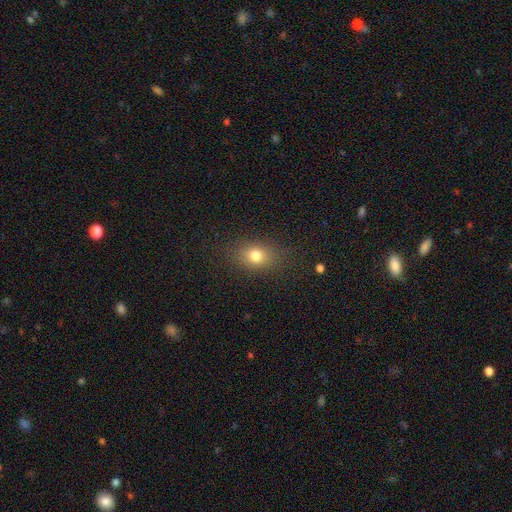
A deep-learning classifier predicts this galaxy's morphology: Smooth or featured? smooth (77%)
How rounded? in between (59%)
Merging? none (82%)